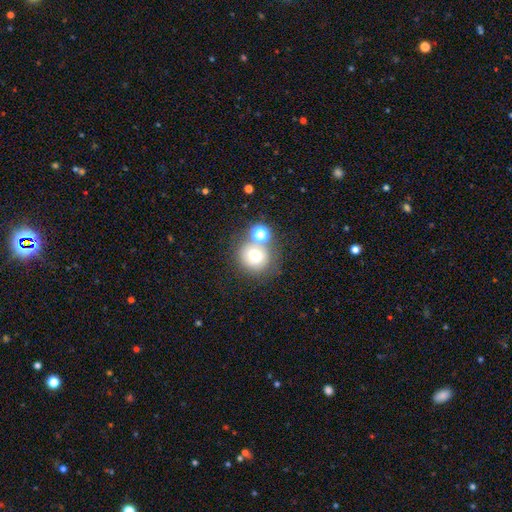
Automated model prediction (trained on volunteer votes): Smooth or featured?
  - smooth: 64% *
  - featured or disk: 20%
  - star or artifact: 16%
How rounded?
  - round: 82% *
  - in between: 17%
  - cigar-shaped: 1%
Merging?
  - none: 56% *
  - merger: 25%
  - minor disturbance: 12%
  - major disturbance: 7%